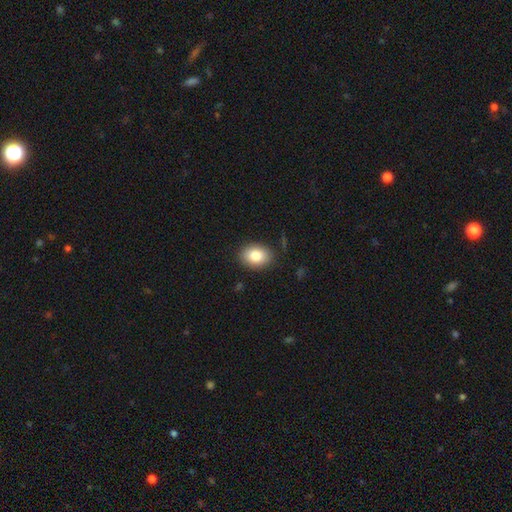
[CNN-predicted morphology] Q: Smooth or featured?
A: smooth (84%); runner-up: star or artifact (8%)
Q: How rounded?
A: in between (68%); runner-up: round (32%)
Q: Merging?
A: none (86%); runner-up: minor disturbance (10%)